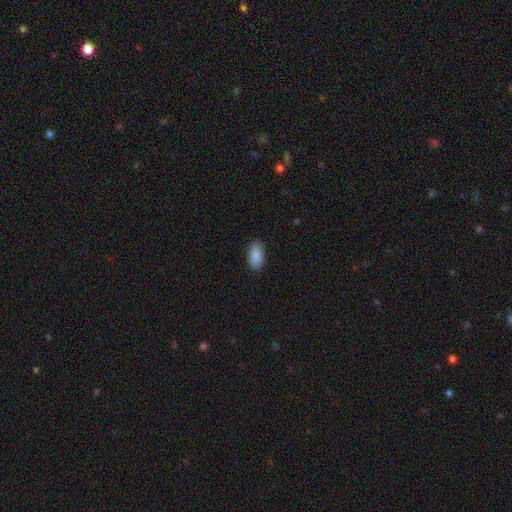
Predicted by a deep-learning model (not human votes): smooth_or_featured: smooth (p=0.89) [alt: star or artifact p=0.06]
how_rounded: in between (p=0.94) [alt: round p=0.03]
merging: none (p=0.88) [alt: minor disturbance p=0.09]